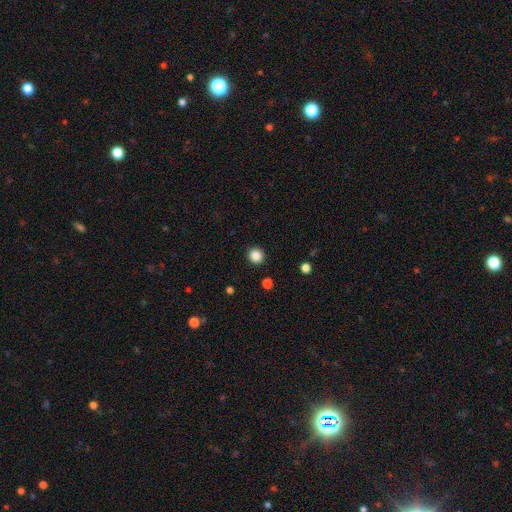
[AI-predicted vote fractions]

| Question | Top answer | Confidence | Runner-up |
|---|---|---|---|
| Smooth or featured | smooth | 86% | star or artifact (11%) |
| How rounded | round | 92% | in between (7%) |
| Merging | none | 92% | minor disturbance (5%) |